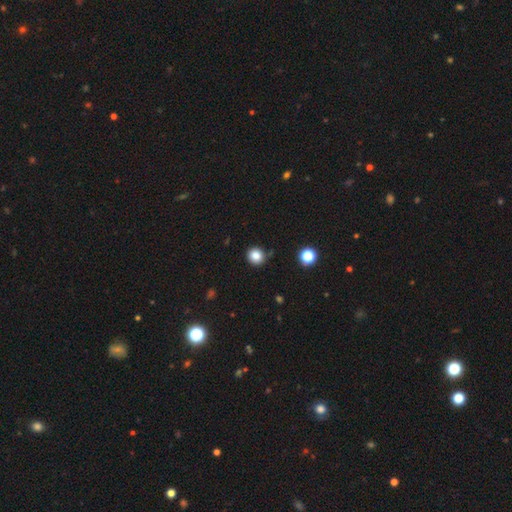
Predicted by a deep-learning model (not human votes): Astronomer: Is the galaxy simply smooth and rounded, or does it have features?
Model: smooth — 84%.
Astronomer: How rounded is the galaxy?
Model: round — 90%.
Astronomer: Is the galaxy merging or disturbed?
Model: none — 84%.